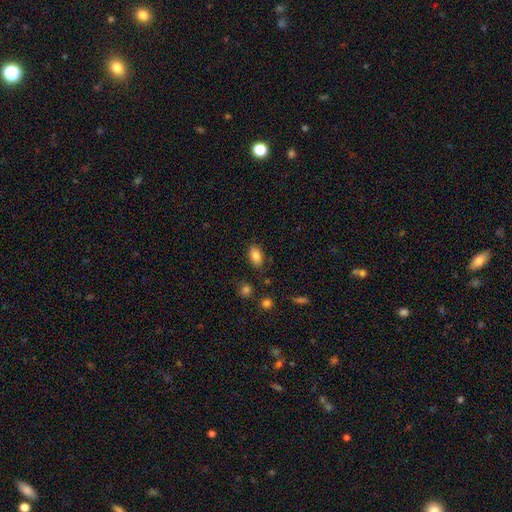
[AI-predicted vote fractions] Q: Smooth or featured?
A: smooth (84%); runner-up: star or artifact (9%)
Q: How rounded?
A: in between (89%); runner-up: round (8%)
Q: Merging?
A: none (82%); runner-up: minor disturbance (13%)